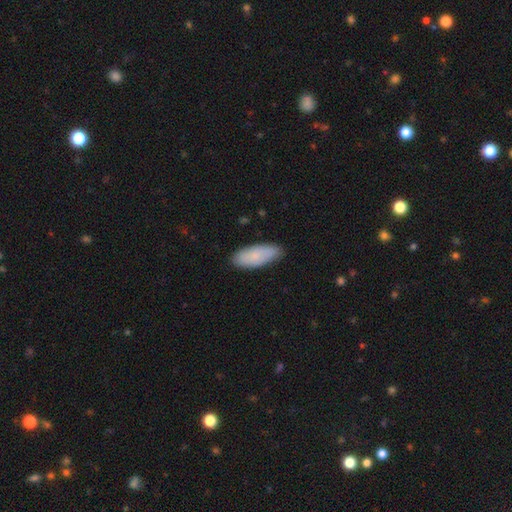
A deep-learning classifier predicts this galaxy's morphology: smooth 79%, featured or disk 15%, star or artifact 6%. Down the decision tree: how rounded — in between (77%); merging — none (82%).